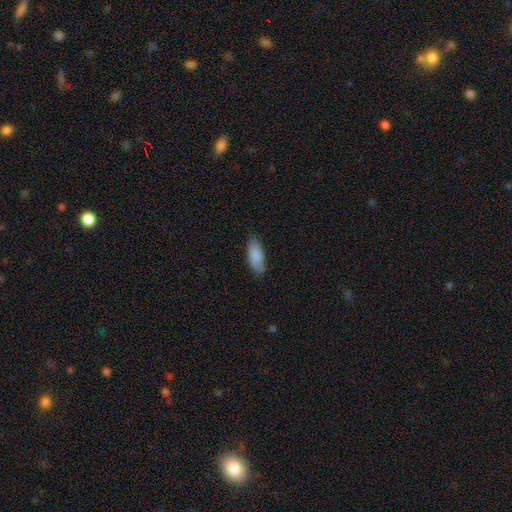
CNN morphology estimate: type=smooth (87%); roundness=in between (73%); merging=none (79%).